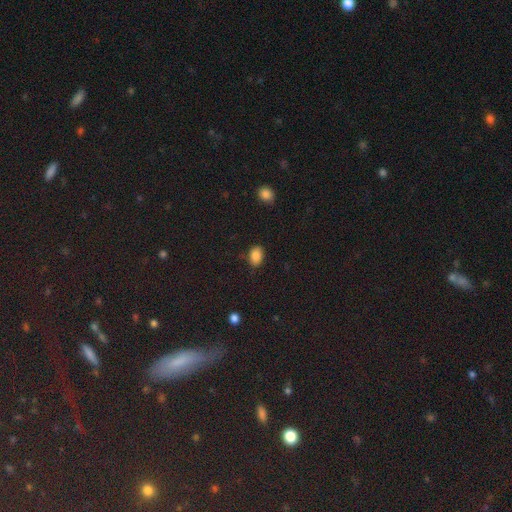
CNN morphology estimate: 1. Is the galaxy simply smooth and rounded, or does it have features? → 86% smooth, 9% star or artifact, 5% featured or disk.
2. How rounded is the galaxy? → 83% in between, 16% round, 1% cigar-shaped.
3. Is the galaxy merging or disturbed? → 81% none, 15% minor disturbance, 3% major disturbance, 1% merger.